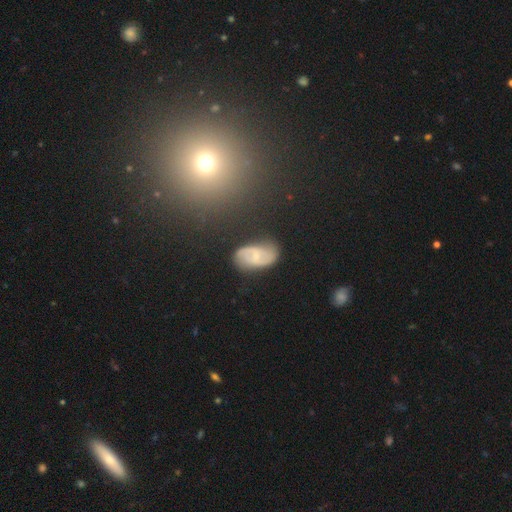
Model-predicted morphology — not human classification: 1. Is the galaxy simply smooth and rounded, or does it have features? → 66% featured or disk, 26% smooth, 8% star or artifact.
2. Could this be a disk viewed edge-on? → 97% no, 3% yes.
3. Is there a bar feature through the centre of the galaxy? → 47% weak, 41% no, 12% strong.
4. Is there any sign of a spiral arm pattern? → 88% yes, 12% no.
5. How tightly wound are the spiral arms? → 44% medium, 29% tight, 27% loose.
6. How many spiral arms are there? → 81% 2, 11% can't tell, 3% 1, 2% 3, 1% 4, 1% more than 4.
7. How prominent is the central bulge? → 67% small, 20% moderate, 11% none, 1% large, 1% dominant.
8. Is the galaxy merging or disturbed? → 71% none, 20% minor disturbance, 6% major disturbance, 3% merger.